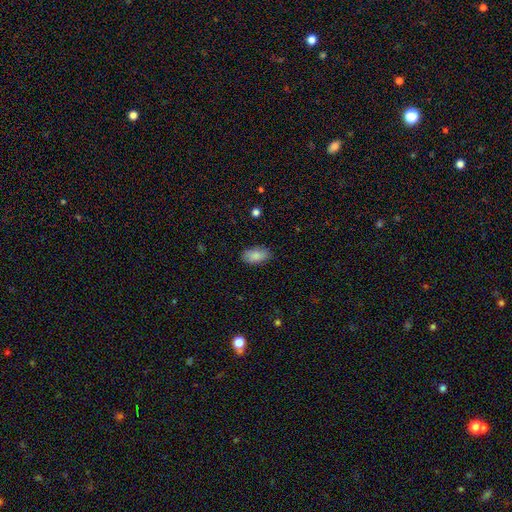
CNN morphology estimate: Smooth or featured?
  - smooth: 87% *
  - star or artifact: 7%
  - featured or disk: 7%
How rounded?
  - in between: 94% *
  - round: 4%
  - cigar-shaped: 3%
Merging?
  - none: 85% *
  - minor disturbance: 12%
  - major disturbance: 3%
  - merger: 1%